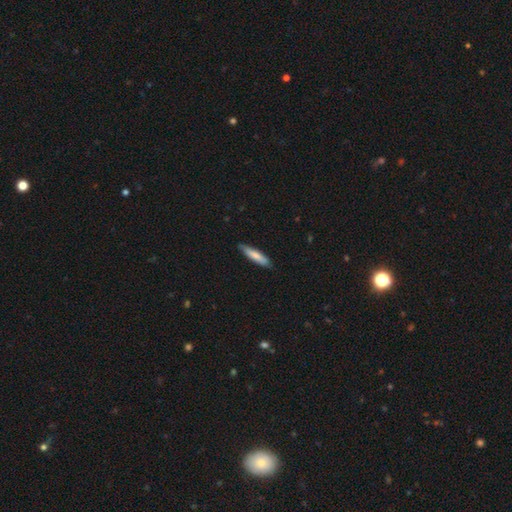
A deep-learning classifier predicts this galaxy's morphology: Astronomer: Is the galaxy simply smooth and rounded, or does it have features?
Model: smooth — 75%.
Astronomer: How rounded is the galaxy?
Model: cigar-shaped — 81%.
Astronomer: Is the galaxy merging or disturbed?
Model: none — 82%.